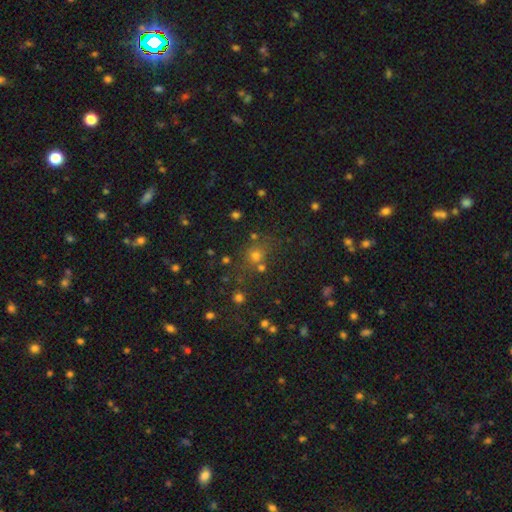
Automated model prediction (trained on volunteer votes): smooth-or-featured: smooth: 59% | star or artifact: 32% | featured or disk: 9%
  how-rounded: round: 83% | in between: 16% | cigar-shaped: 1%
  merging: none: 70% | merger: 13% | minor disturbance: 11% | major disturbance: 5%